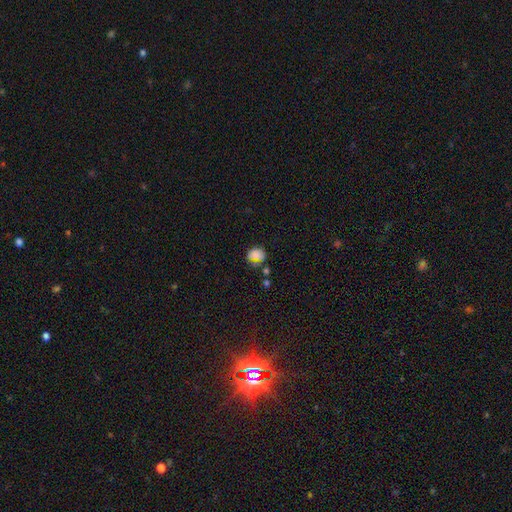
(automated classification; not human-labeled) A smooth galaxy with no disk features (69%) that is round (63%). Merging: none (51%).